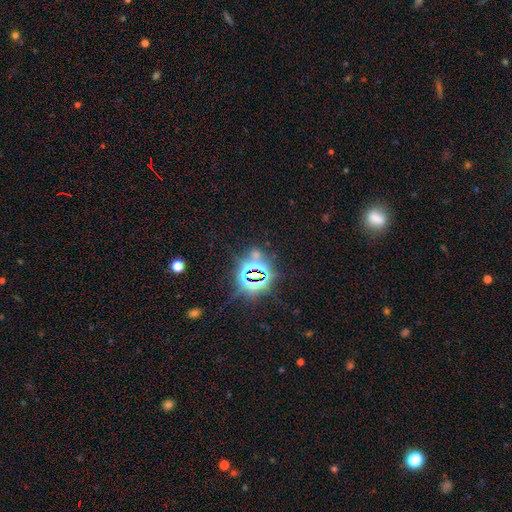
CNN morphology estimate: Smooth or featured? Predicted: star or artifact (p=0.78).